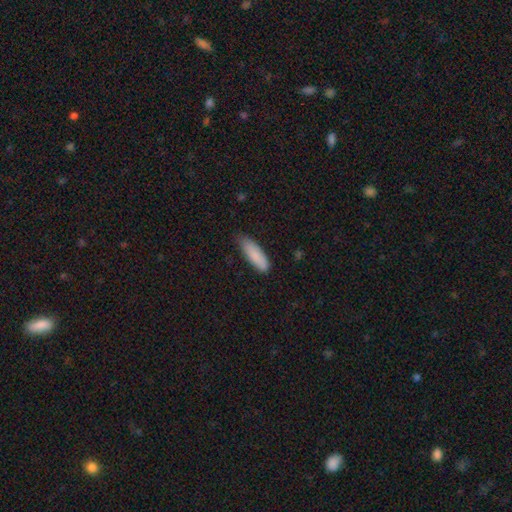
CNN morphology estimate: Smooth or featured? smooth (87%)
How rounded? in between (50%)
Merging? none (71%)